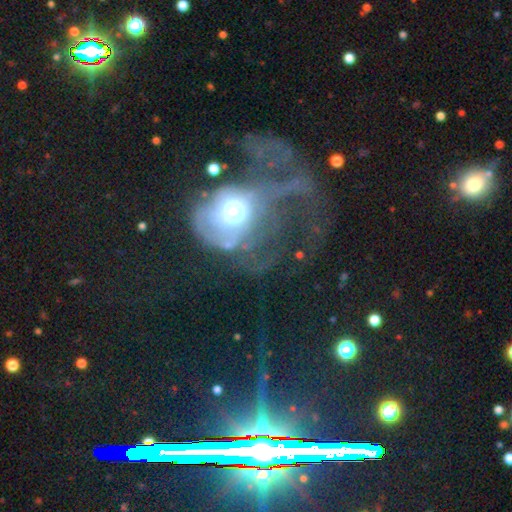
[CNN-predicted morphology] Smooth or featured?
  - featured or disk: 47% *
  - smooth: 29%
  - star or artifact: 25%
Merging?
  - major disturbance: 60% *
  - none: 21%
  - minor disturbance: 14%
  - merger: 5%